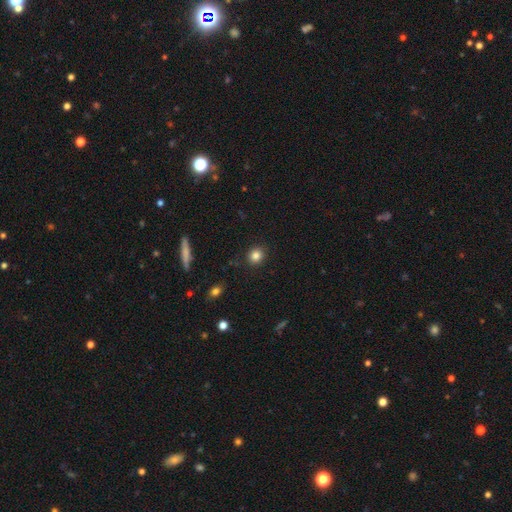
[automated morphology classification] Q: Smooth or featured?
A: smooth (83%); runner-up: star or artifact (11%)
Q: How rounded?
A: round (86%); runner-up: in between (13%)
Q: Merging?
A: none (90%); runner-up: minor disturbance (7%)